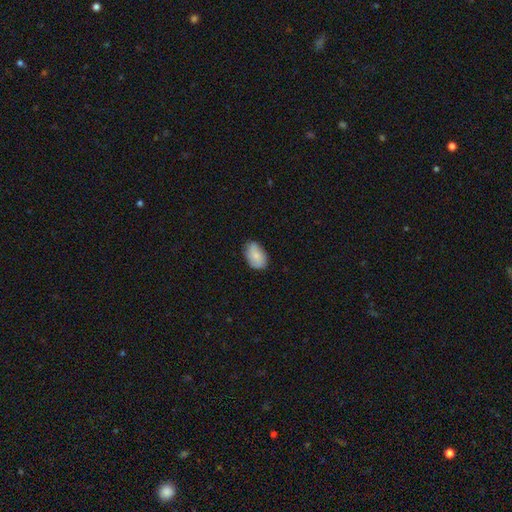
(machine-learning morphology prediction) A smooth galaxy with no disk features (79%) that is in between round and cigar-shaped (90%). Merging: none (78%).